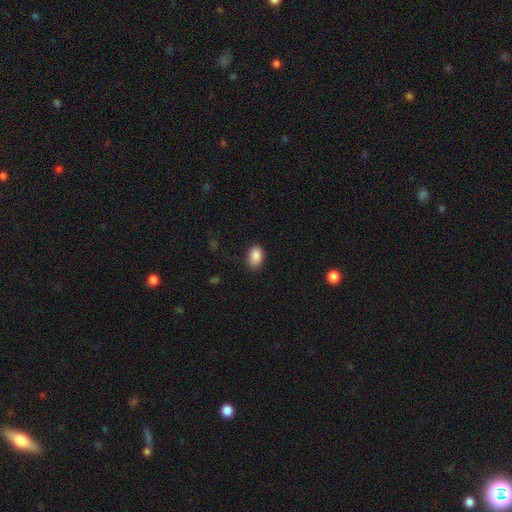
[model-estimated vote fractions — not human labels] smooth 88%, star or artifact 8%, featured or disk 4%. Down the decision tree: how rounded — in between (84%); merging — none (81%).